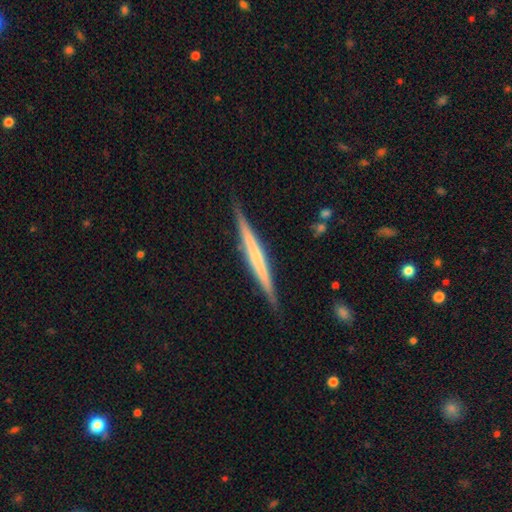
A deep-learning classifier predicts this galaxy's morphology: The model was most divided on "smooth or featured": featured or disk: 64%, smooth: 31%, star or artifact: 6%. More confident: edge-on disk — yes (97%); merging — none (90%); edge-on bulge — none (70%).